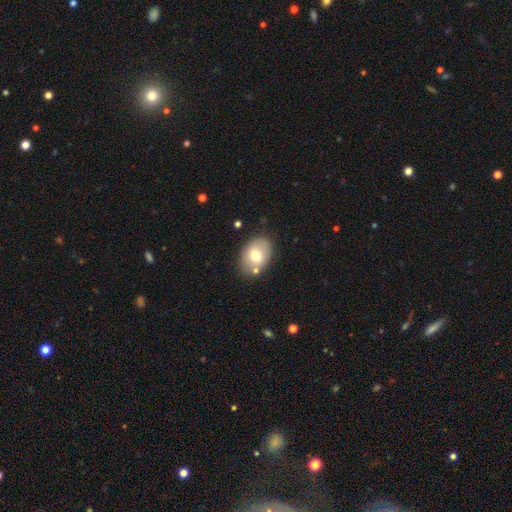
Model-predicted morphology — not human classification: Q: Smooth or featured?
A: smooth (69%); runner-up: featured or disk (23%)
Q: How rounded?
A: in between (77%); runner-up: round (22%)
Q: Merging?
A: none (75%); runner-up: minor disturbance (15%)